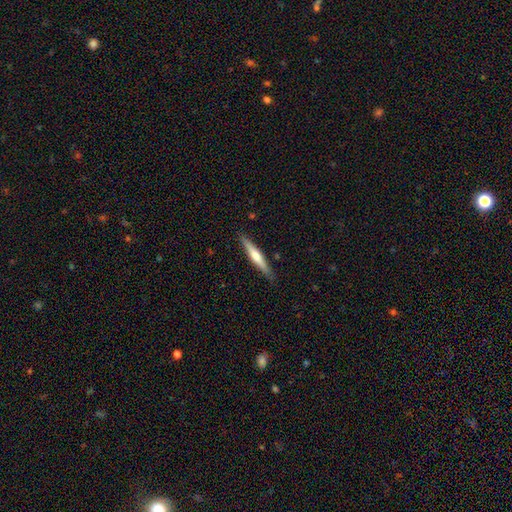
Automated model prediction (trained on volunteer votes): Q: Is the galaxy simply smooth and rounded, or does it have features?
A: featured or disk — 52%.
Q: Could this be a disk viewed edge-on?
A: yes — 97%.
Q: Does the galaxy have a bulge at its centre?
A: rounded — 79%.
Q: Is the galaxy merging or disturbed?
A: none — 88%.